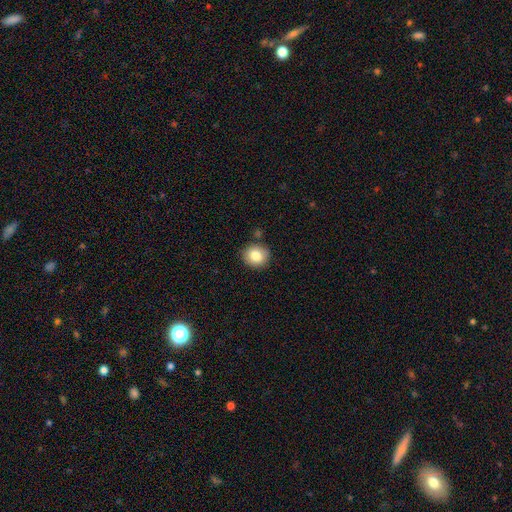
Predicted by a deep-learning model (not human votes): A smooth galaxy with no disk features (82%) that is round (80%).

Vote fractions:
- Smooth or featured? smooth: 82% / star or artifact: 9% / featured or disk: 9%
- How rounded? round: 80% / in between: 19% / cigar-shaped: 1%
- Merging? none: 85% / minor disturbance: 10% / merger: 3% / major disturbance: 2%